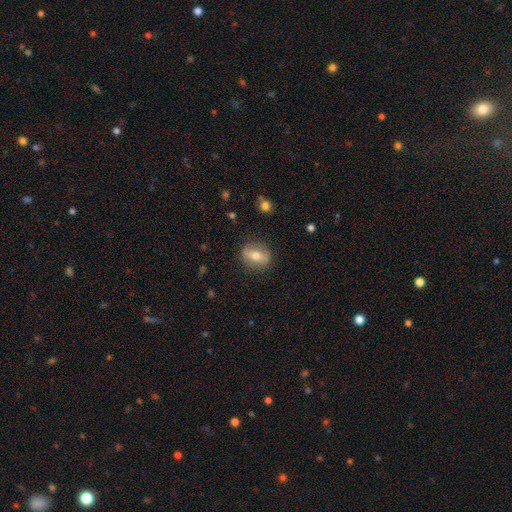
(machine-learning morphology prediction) Smooth or featured? smooth (51%)
How rounded? in between (56%)
Merging? none (84%)